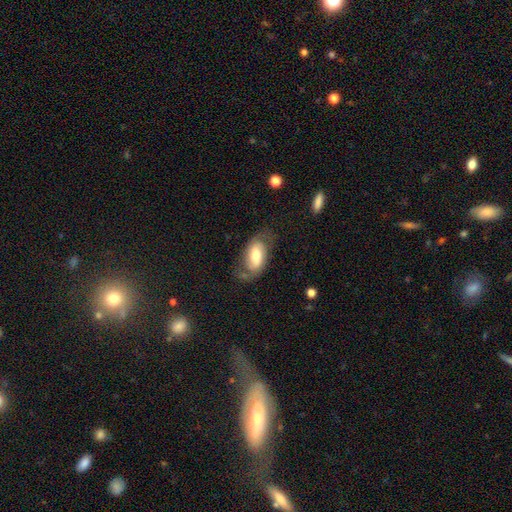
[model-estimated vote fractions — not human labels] Smooth or featured? Predicted: featured or disk (p=0.55). Edge-on disk? Predicted: no (p=0.93). Bar? Predicted: weak (p=0.40). Spiral arms? Predicted: yes (p=0.82). Bulge size? Predicted: moderate (p=0.52). Merging? Predicted: none (p=0.60).